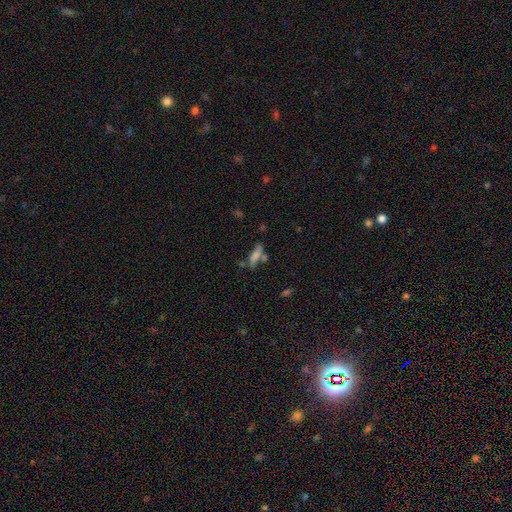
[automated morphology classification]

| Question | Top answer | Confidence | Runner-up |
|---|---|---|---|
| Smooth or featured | smooth | 61% | featured or disk (26%) |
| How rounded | cigar-shaped | 59% | in between (38%) |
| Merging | none | 46% | merger (25%) |